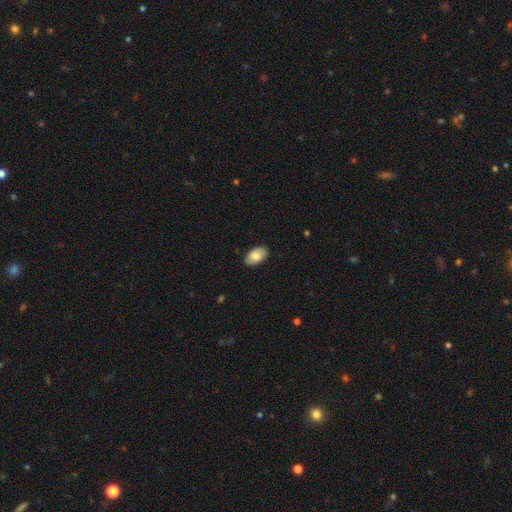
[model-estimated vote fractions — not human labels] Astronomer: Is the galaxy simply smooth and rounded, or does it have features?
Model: smooth — 84%.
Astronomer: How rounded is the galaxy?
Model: in between — 94%.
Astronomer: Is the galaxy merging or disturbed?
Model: none — 88%.